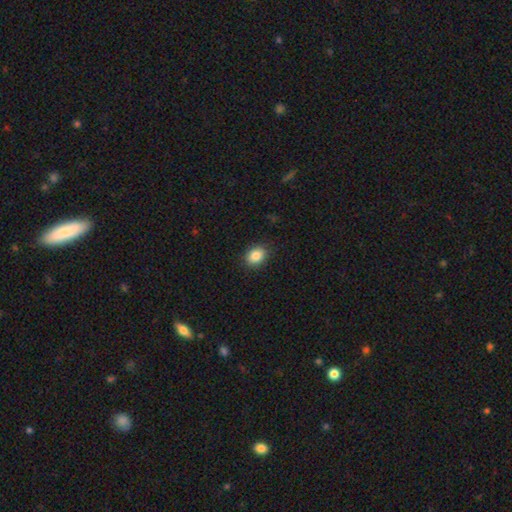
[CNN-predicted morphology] This appears to be a smooth galaxy with no disk features (86%) that is in between round and cigar-shaped (60%). Merging: none (89%).